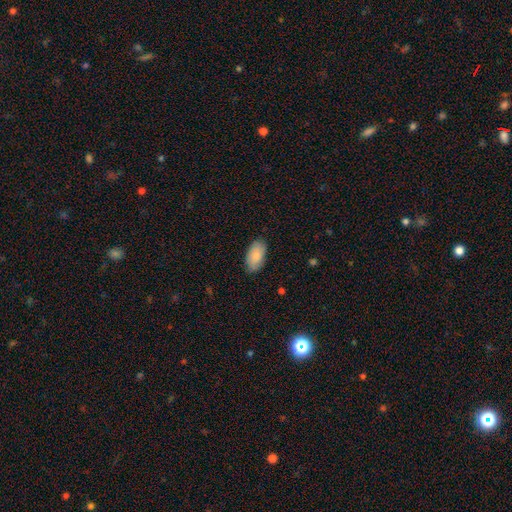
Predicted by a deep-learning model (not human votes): Smooth or featured? Predicted: smooth (p=0.86). How rounded? Predicted: in between (p=0.95). Merging? Predicted: none (p=0.84).